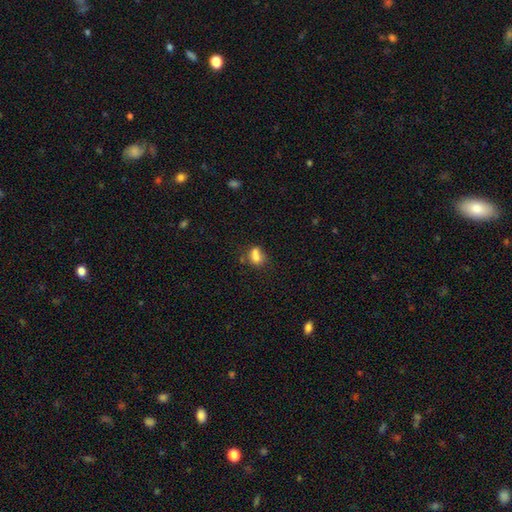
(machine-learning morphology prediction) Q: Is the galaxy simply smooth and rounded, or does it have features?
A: smooth — 75%.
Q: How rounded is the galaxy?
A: in between — 63%.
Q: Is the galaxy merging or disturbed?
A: none — 43%.